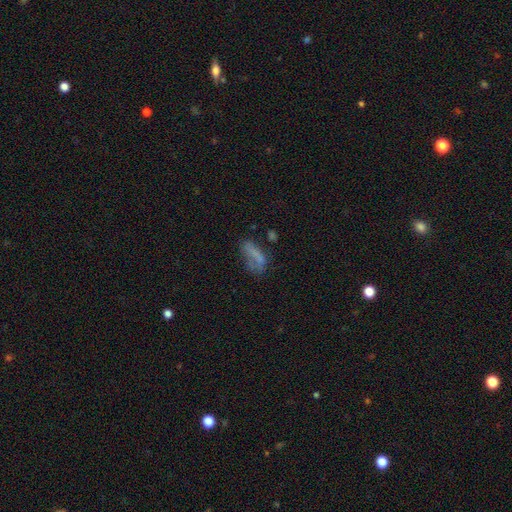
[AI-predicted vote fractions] Morphology: type=smooth (56%); roundness=in between (68%); merging=none (37%).